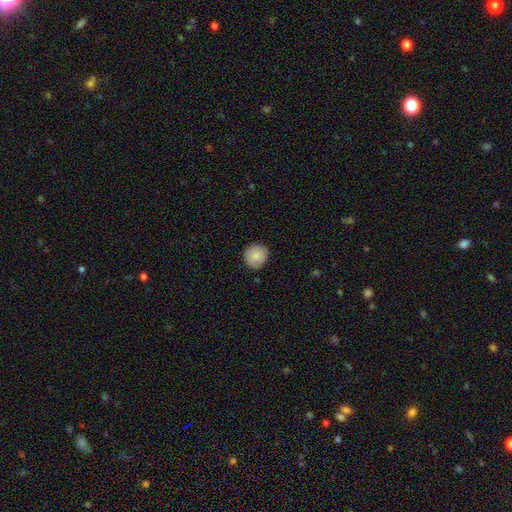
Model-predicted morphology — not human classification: The model was most divided on "smooth or featured": smooth: 83%, featured or disk: 10%, star or artifact: 7%. More confident: how rounded — round (92%); merging — none (87%).